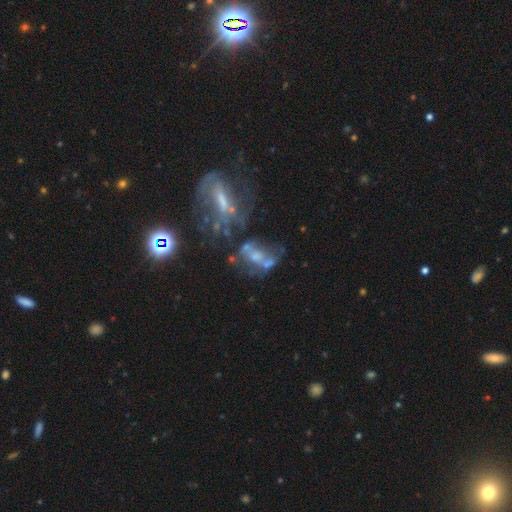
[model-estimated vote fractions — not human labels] Smooth or featured?
  - featured or disk: 56% *
  - smooth: 25%
  - star or artifact: 20%
Edge-on disk?
  - no: 94% *
  - yes: 6%
Bar?
  - no: 80% *
  - weak: 14%
  - strong: 6%
Spiral arms?
  - no: 81% *
  - yes: 19%
Bulge size?
  - none: 38% *
  - moderate: 32%
  - small: 23%
  - large: 6%
  - dominant: 2%
Merging?
  - merger: 35% *
  - none: 29%
  - major disturbance: 22%
  - minor disturbance: 14%